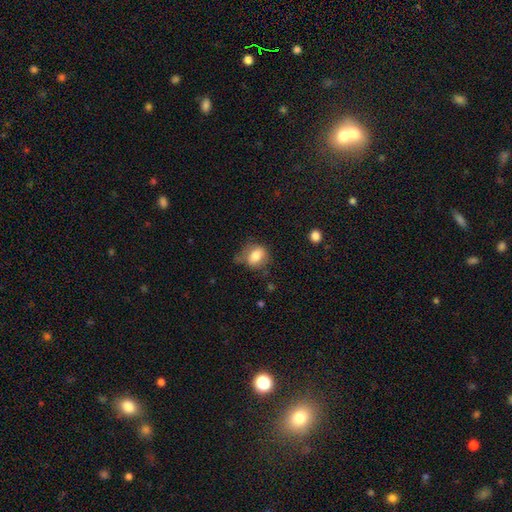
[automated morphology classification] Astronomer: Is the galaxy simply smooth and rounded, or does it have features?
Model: smooth — 78%.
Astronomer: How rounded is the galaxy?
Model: in between — 54% (runner-up: round, 44%).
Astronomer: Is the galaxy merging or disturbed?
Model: none — 55% (runner-up: minor disturbance, 30%).